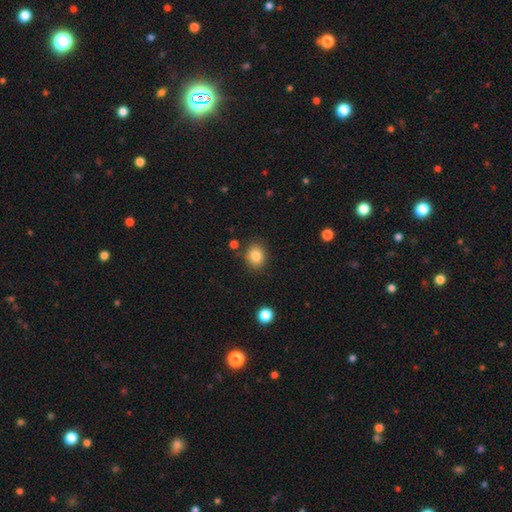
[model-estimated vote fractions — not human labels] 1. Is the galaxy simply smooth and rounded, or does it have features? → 84% smooth, 10% star or artifact, 6% featured or disk.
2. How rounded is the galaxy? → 62% round, 37% in between, 1% cigar-shaped.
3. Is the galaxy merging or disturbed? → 82% none, 11% minor disturbance, 4% merger, 3% major disturbance.